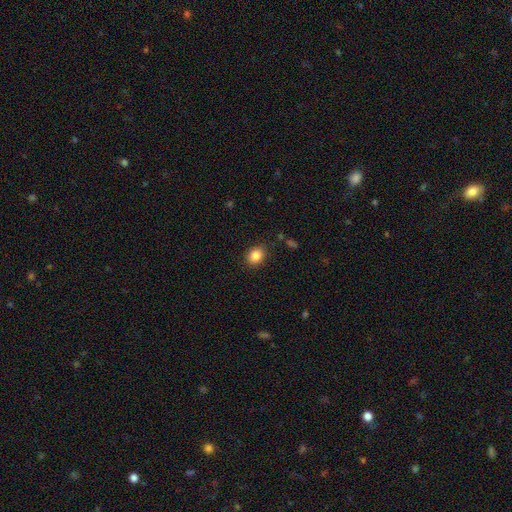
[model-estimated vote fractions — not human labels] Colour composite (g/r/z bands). It shows a smooth galaxy with no disk features (85%) that is round (50%). Merging: none (87%).